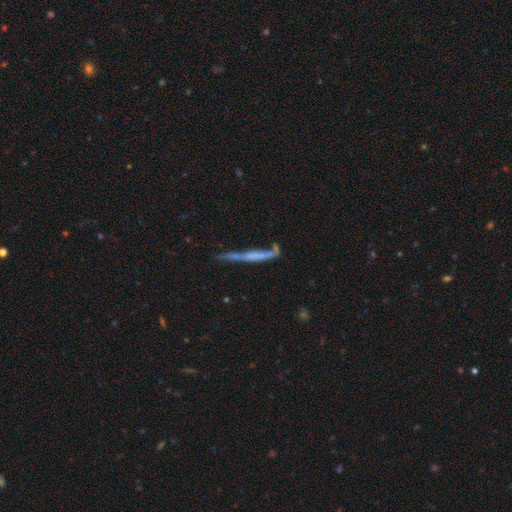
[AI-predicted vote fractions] Q: Smooth or featured?
A: featured or disk (51%); runner-up: smooth (40%)
Q: Edge-on disk?
A: yes (78%); runner-up: no (22%)
Q: Merging?
A: none (42%); runner-up: minor disturbance (22%)